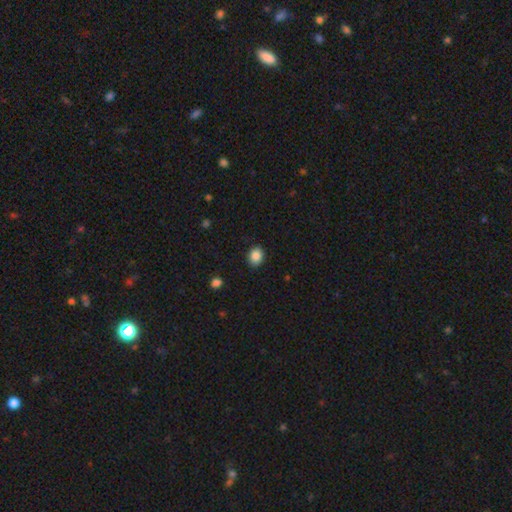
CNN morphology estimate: Smooth or featured? smooth (88%)
How rounded? in between (53%)
Merging? none (89%)